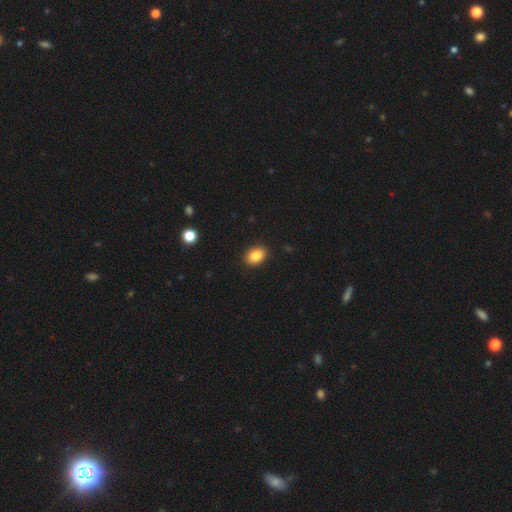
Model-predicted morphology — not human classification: Smooth or featured? smooth (86%)
How rounded? in between (73%)
Merging? none (91%)